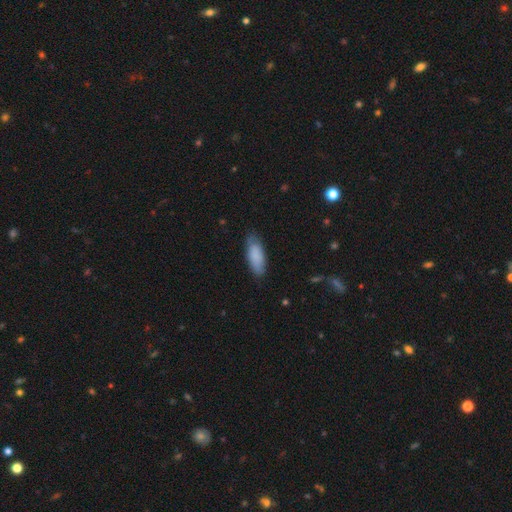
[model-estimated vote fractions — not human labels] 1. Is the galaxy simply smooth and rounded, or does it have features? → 84% smooth, 10% featured or disk, 6% star or artifact.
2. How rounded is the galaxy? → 73% in between, 26% cigar-shaped, 2% round.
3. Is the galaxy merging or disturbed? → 75% none, 20% minor disturbance, 4% major disturbance, 1% merger.